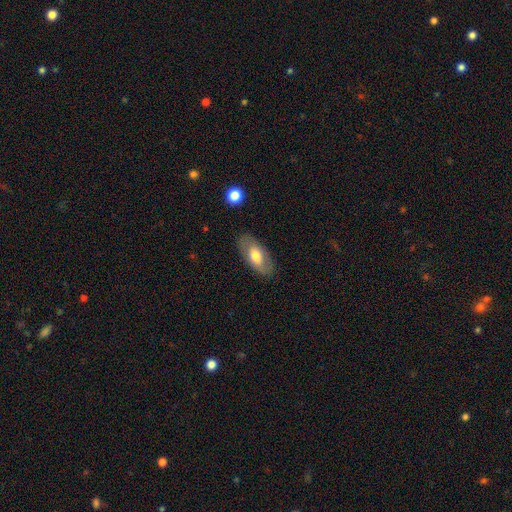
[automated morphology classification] This appears to be a smooth galaxy with no disk features (63%) that is in between round and cigar-shaped (91%). Merging: none (84%).